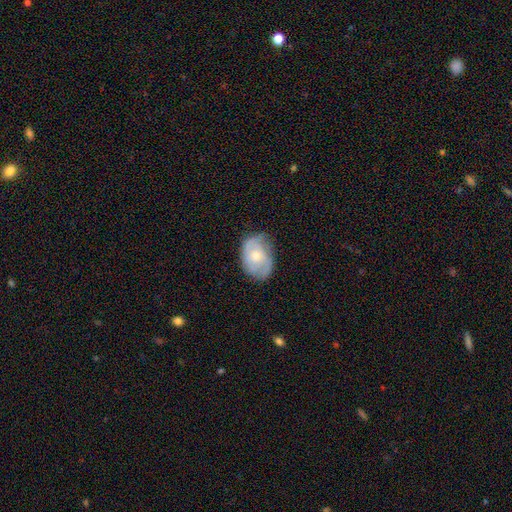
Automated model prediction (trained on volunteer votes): Smooth or featured? Predicted: featured or disk (p=0.49). Merging? Predicted: none (p=0.62).